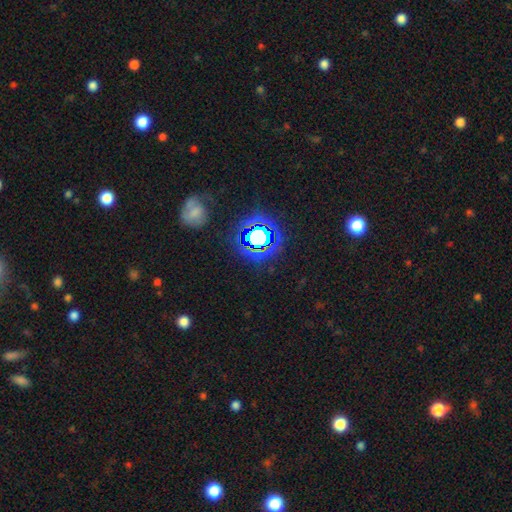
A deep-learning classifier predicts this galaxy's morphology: Smooth or featured?
  - star or artifact: 78% *
  - smooth: 14%
  - featured or disk: 7%